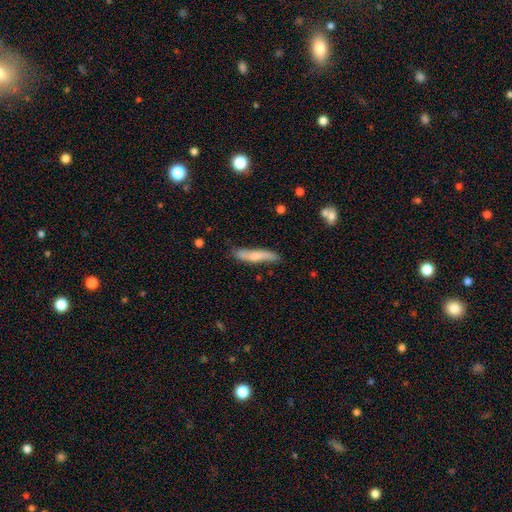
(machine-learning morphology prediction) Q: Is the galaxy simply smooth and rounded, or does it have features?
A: smooth — 63%.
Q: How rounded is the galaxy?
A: cigar-shaped — 88%.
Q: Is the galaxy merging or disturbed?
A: none — 74%.